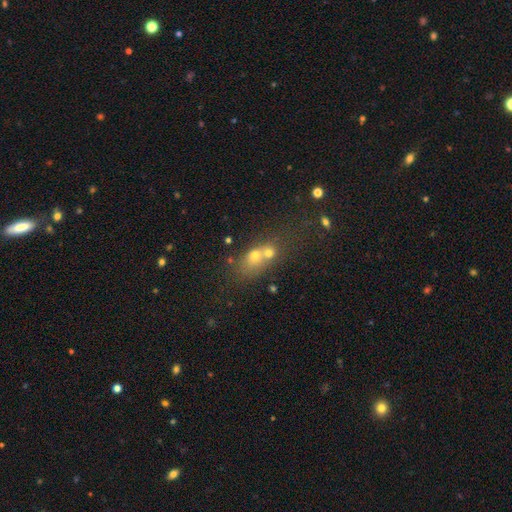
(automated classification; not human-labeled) Smooth or featured? smooth (56%)
How rounded? in between (52%)
Merging? merger (56%)